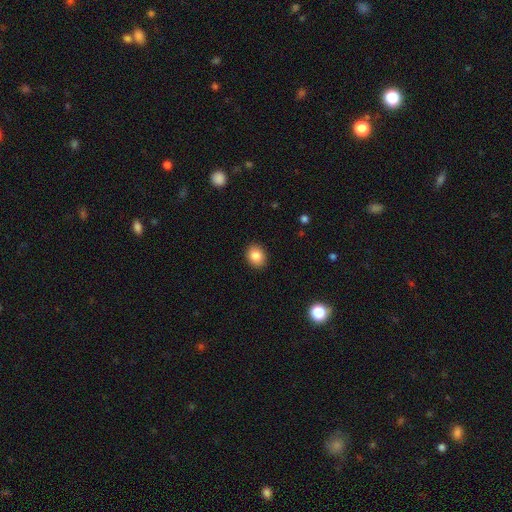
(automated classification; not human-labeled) Smooth or featured: smooth — 85% (star or artifact — 9%)
How rounded: round — 53% (in between — 46%)
Merging: none — 90% (minor disturbance — 7%)